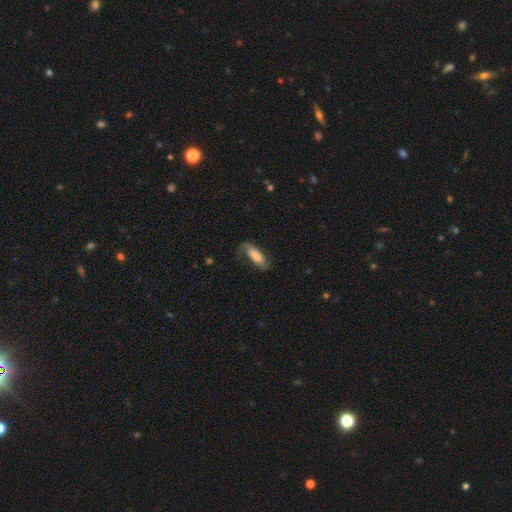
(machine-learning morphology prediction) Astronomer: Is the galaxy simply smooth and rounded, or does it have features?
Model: smooth — 49% (runner-up: featured or disk, 44%).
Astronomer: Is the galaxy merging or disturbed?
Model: none — 57%.